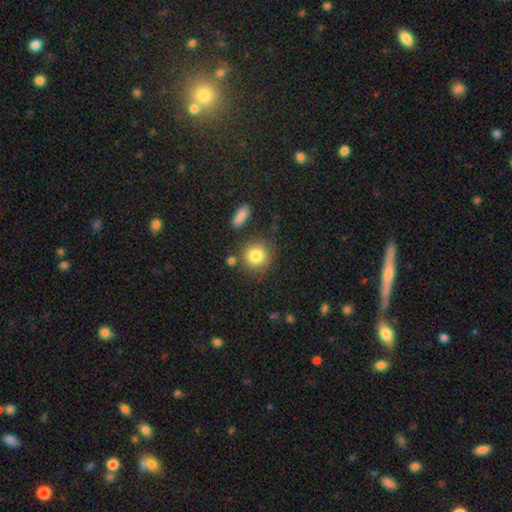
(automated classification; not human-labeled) A smooth galaxy with no disk features (83%) that is round (87%). Merging: none (77%).